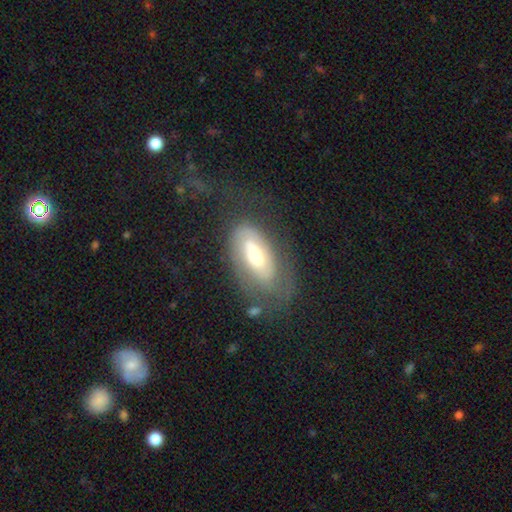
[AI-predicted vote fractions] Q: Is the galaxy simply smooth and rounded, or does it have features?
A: featured or disk — 57%.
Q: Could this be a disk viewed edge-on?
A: no — 87%.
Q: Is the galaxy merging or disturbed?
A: none — 49%.